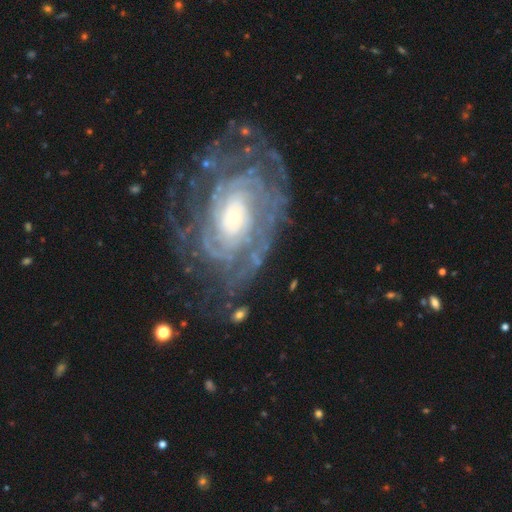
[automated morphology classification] Smooth or featured? Predicted: featured or disk (p=0.86). Edge-on disk? Predicted: no (p=0.96). Bar? Predicted: no (p=0.59). Spiral arms? Predicted: yes (p=0.93). Spiral winding? Predicted: tight (p=0.73). Spiral arm count? Predicted: can't tell (p=0.39). Bulge size? Predicted: moderate (p=0.50). Merging? Predicted: none (p=0.72).